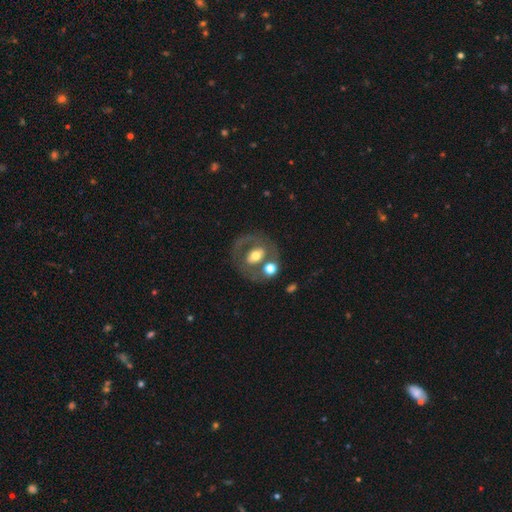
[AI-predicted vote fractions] A featured or disk galaxy (56%) with no bar (57%), no spiral arms (74%) and a moderate central bulge (65%).

Vote fractions:
- Smooth or featured? featured or disk: 56% / smooth: 36% / star or artifact: 8%
- Edge-on disk? no: 94% / yes: 6%
- Bar? no: 57% / weak: 26% / strong: 17%
- Spiral arms? no: 74% / yes: 26%
- Bulge size? moderate: 65% / large: 19% / small: 12% / dominant: 2% / none: 2%
- Merging? none: 56% / merger: 21% / minor disturbance: 14% / major disturbance: 10%